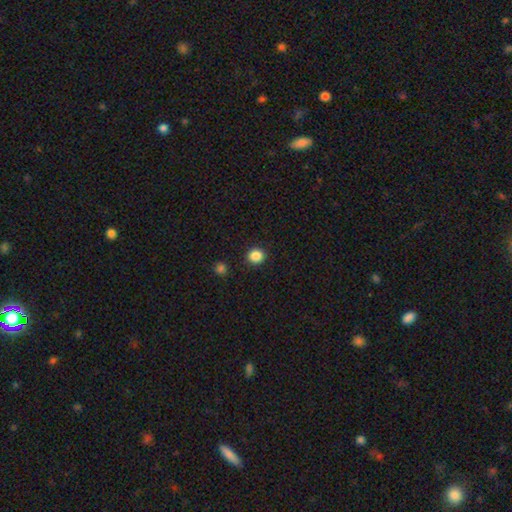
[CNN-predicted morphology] This is clearly a smooth galaxy (87%). How rounded: clearly round (85%). Merging: clearly none (91%).